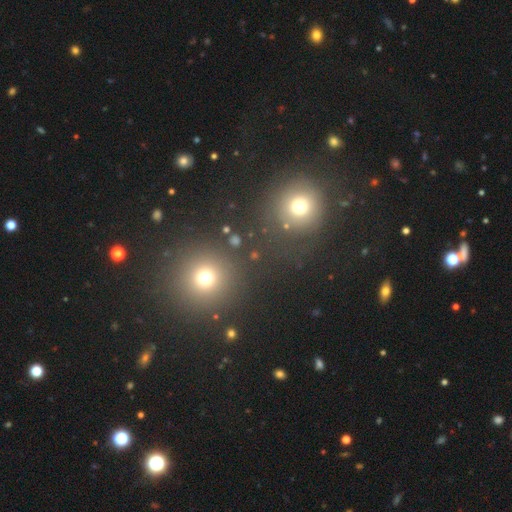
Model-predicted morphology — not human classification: Smooth or featured? star or artifact (46%, tied with smooth)